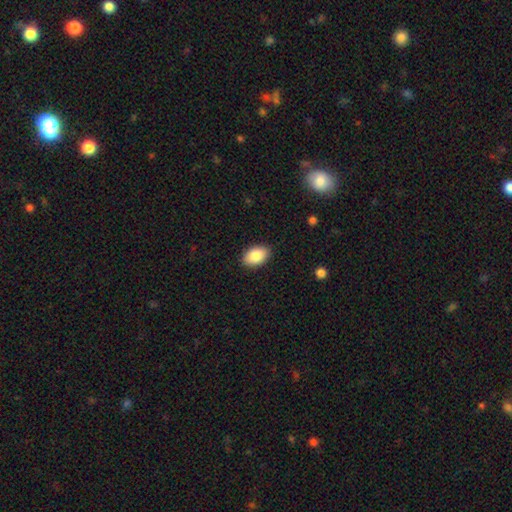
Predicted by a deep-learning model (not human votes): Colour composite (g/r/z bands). It shows a smooth galaxy with no disk features (86%) that is in between round and cigar-shaped (91%). Merging: none (88%).